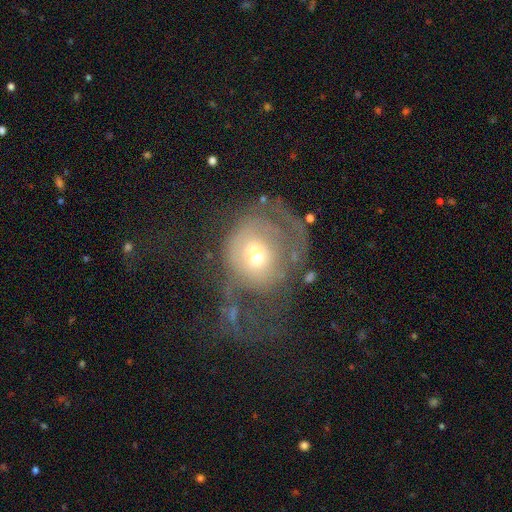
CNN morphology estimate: Smooth or featured? featured or disk (55%)
Edge-on disk? no (96%)
Bar? no (74%)
Spiral arms? no (51%)
Bulge size? moderate (53%)
Merging? major disturbance (54%)